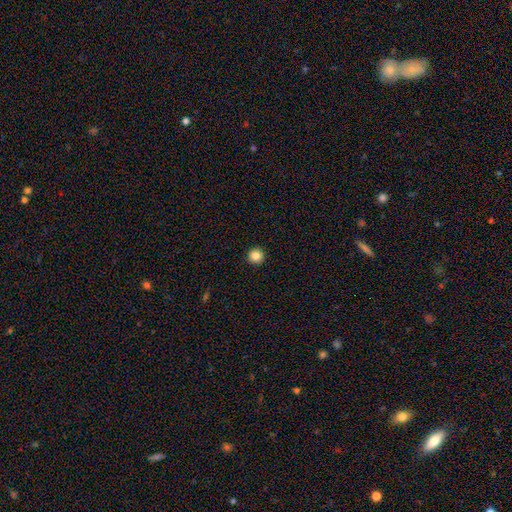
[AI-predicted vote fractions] Q: Smooth or featured?
A: smooth (85%); runner-up: star or artifact (11%)
Q: How rounded?
A: round (96%); runner-up: in between (3%)
Q: Merging?
A: none (94%); runner-up: minor disturbance (4%)